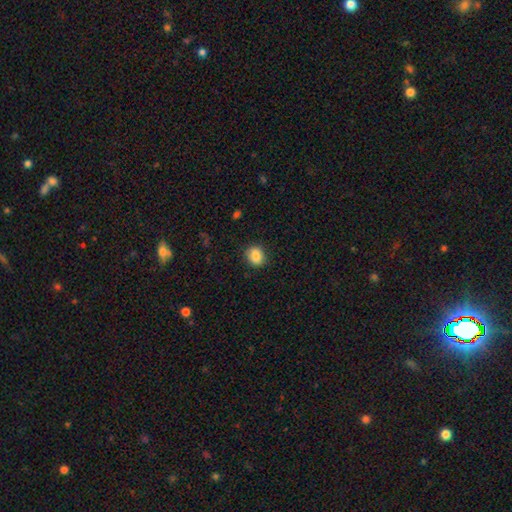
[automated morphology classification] The model was most divided on "how rounded": round: 65%, in between: 34%, cigar-shaped: 1%. More confident: merging — none (88%); smooth or featured — smooth (85%).